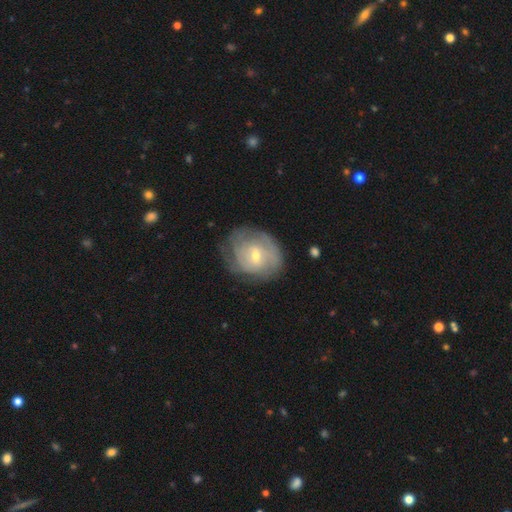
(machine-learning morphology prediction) The model was most divided on "bar": no: 49%, weak: 42%, strong: 8%. More confident: edge-on disk — no (96%); spiral arms — yes (75%); smooth or featured — featured or disk (65%); merging — none (61%); bulge size — small (55%).